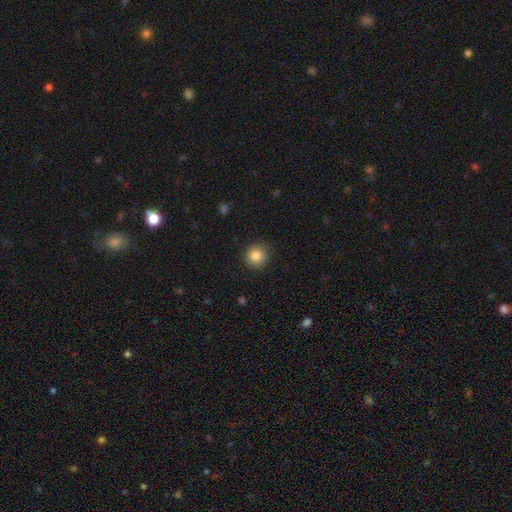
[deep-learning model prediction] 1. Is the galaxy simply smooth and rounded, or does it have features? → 84% smooth, 10% star or artifact, 6% featured or disk.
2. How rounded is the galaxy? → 92% round, 7% in between, 1% cigar-shaped.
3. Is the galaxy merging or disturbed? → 90% none, 7% minor disturbance, 2% major disturbance, 1% merger.